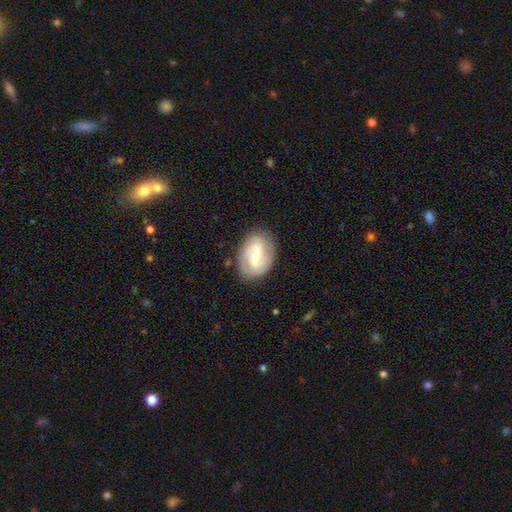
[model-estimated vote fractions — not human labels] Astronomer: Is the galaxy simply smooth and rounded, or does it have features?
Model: featured or disk — 76%.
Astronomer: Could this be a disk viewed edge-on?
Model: no — 97%.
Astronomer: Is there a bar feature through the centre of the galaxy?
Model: weak — 52%.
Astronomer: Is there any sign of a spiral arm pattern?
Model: yes — 91%.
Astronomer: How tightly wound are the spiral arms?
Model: medium — 44% (runner-up: tight, 33%).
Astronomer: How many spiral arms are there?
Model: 2 — 83%.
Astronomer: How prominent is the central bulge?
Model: small — 55% (runner-up: moderate, 40%).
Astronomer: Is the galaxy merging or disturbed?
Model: none — 82%.